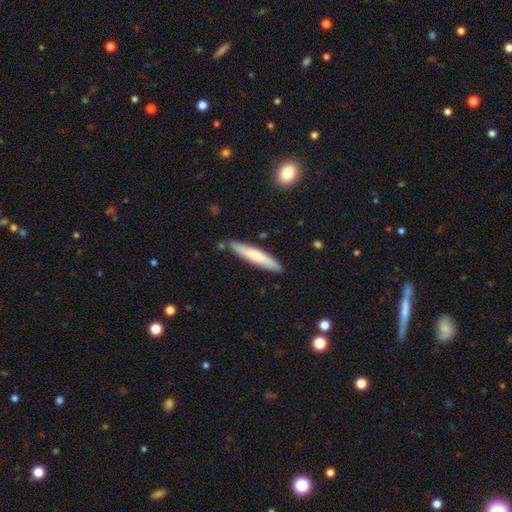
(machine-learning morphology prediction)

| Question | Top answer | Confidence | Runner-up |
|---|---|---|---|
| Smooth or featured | smooth | 64% | featured or disk (30%) |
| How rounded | cigar-shaped | 88% | in between (10%) |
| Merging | none | 83% | minor disturbance (12%) |